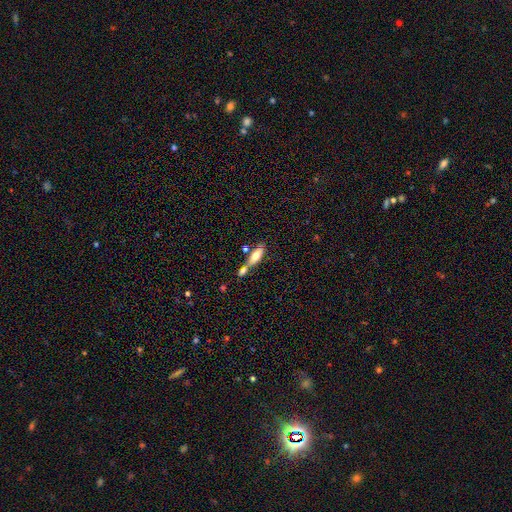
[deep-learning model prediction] A smooth galaxy with no disk features (66%) that is in between round and cigar-shaped (61%). Merging: none (46%).